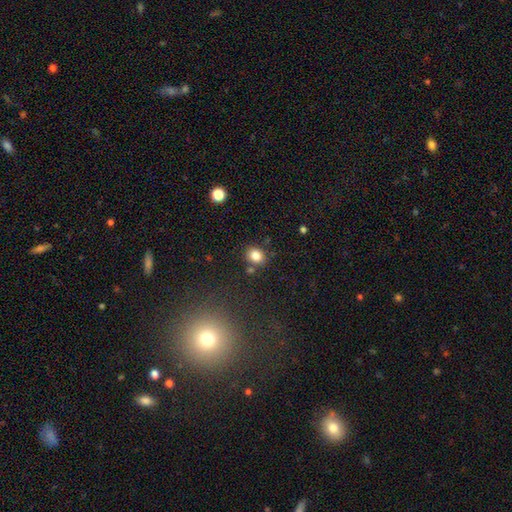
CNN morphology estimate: The model was most divided on "how rounded": round: 66%, in between: 33%, cigar-shaped: 1%. More confident: smooth or featured — smooth (82%); merging — none (78%).